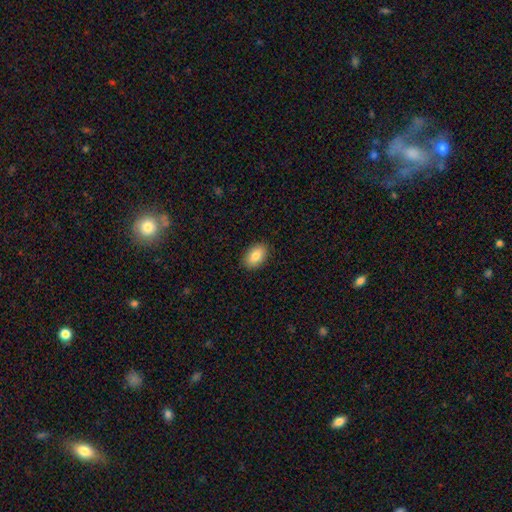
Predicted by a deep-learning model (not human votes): Overall: smooth (84%). How rounded: in between (91%). Merging: none (89%).